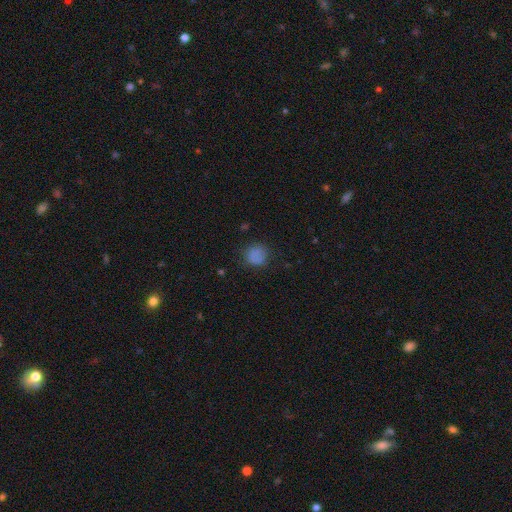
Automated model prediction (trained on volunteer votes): A smooth galaxy with no disk features (79%) that is round (83%).

Vote fractions:
- Smooth or featured? smooth: 79% / star or artifact: 13% / featured or disk: 7%
- How rounded? round: 83% / in between: 16% / cigar-shaped: 1%
- Merging? none: 75% / minor disturbance: 18% / major disturbance: 6% / merger: 2%